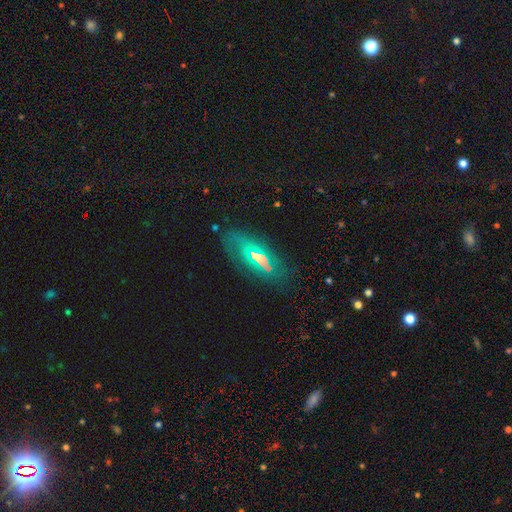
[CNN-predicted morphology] smooth-or-featured: featured or disk: 46% | smooth: 36% | star or artifact: 18%
  merging: none: 68% | minor disturbance: 18% | major disturbance: 10% | merger: 4%